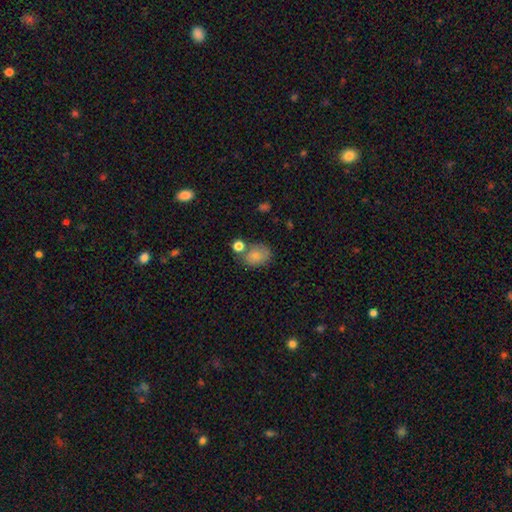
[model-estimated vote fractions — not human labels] A smooth galaxy with no disk features (79%) that is in between round and cigar-shaped (55%).

Vote fractions:
- Smooth or featured? smooth: 79% / featured or disk: 11% / star or artifact: 10%
- How rounded? in between: 55% / round: 44% / cigar-shaped: 1%
- Merging? none: 55% / merger: 20% / minor disturbance: 18% / major disturbance: 7%